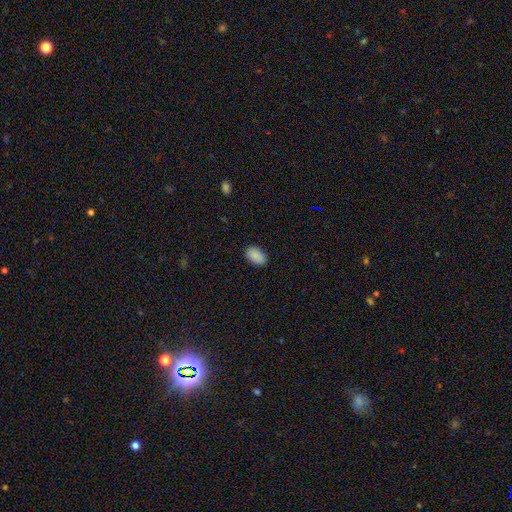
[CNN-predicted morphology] Smooth or featured? smooth (89%)
How rounded? in between (91%)
Merging? none (87%)